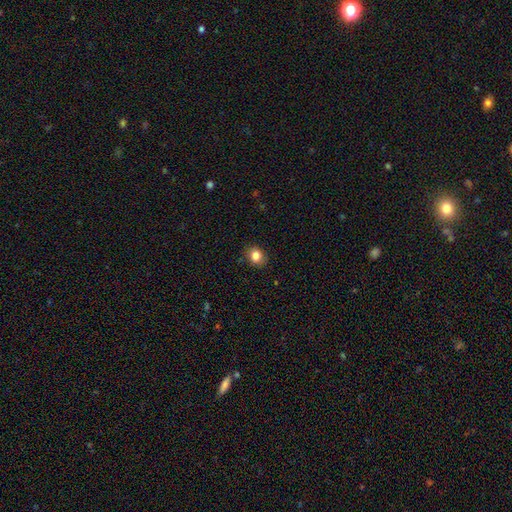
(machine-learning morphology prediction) A smooth galaxy with no disk features (84%) that is round (57%).

Vote fractions:
- Smooth or featured? smooth: 84% / star or artifact: 10% / featured or disk: 6%
- How rounded? round: 57% / in between: 42% / cigar-shaped: 1%
- Merging? none: 86% / minor disturbance: 10% / major disturbance: 2% / merger: 1%